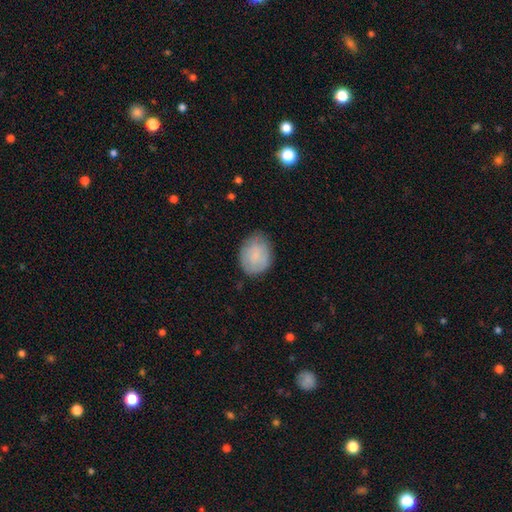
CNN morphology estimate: smooth 75%, featured or disk 18%, star or artifact 7%. Down the decision tree: how rounded — in between (53%); merging — none (71%).